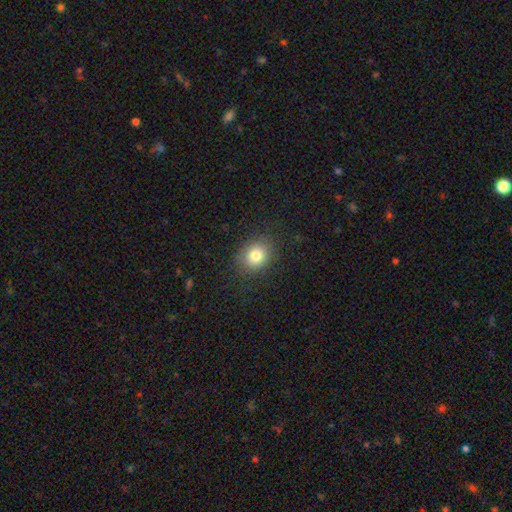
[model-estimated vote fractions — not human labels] Overall: smooth (80%). How rounded: round (63%; in between 36%). Merging: none (86%).